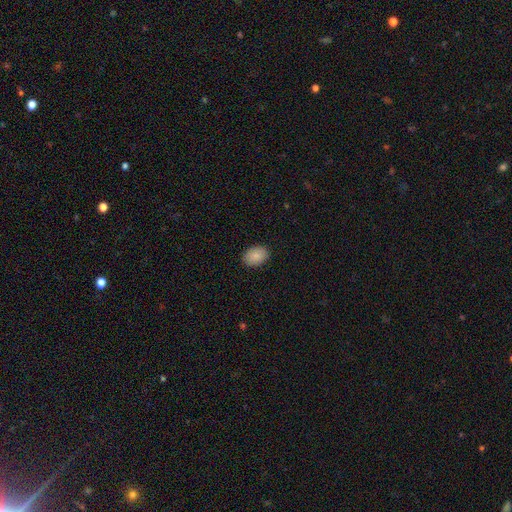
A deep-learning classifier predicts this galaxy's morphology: type=smooth (89%); roundness=in between (79%); merging=none (89%).